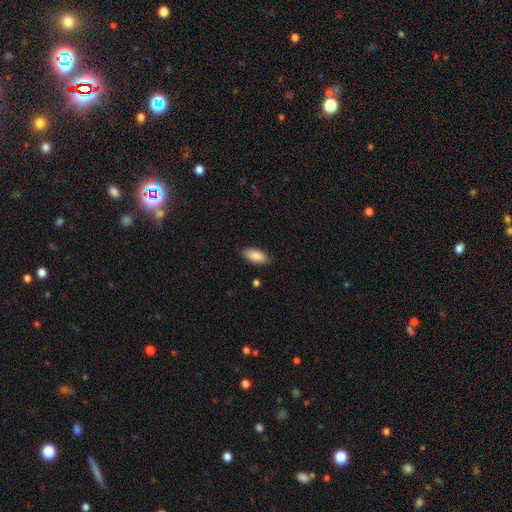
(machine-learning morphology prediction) Q: Smooth or featured?
A: smooth (88%); runner-up: featured or disk (6%)
Q: How rounded?
A: in between (87%); runner-up: cigar-shaped (11%)
Q: Merging?
A: none (87%); runner-up: minor disturbance (9%)